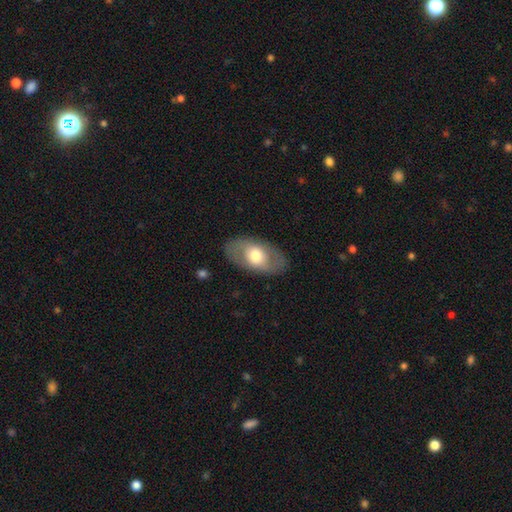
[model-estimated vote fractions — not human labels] Overall: smooth (52%; featured or disk 43%). How rounded: in between (90%). Merging: none (83%).